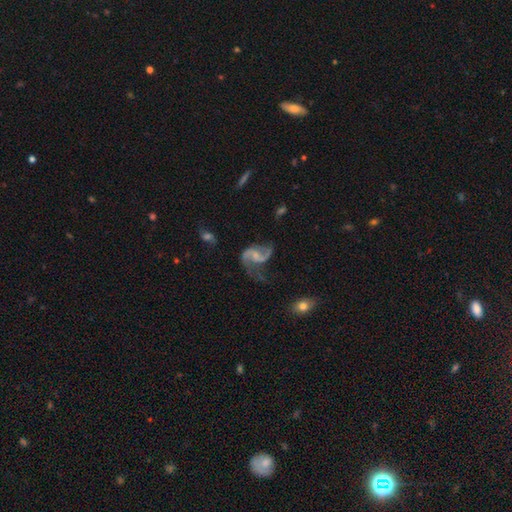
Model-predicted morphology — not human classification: Smooth or featured?
  - featured or disk: 88% *
  - smooth: 7%
  - star or artifact: 6%
Edge-on disk?
  - no: 98% *
  - yes: 2%
Bar?
  - no: 44% * (tied)
  - weak: 44% * (tied)
  - strong: 12%
Spiral arms?
  - yes: 96% *
  - no: 4%
Spiral winding?
  - loose: 60% *
  - medium: 34%
  - tight: 6%
Spiral arm count?
  - 2: 91% *
  - 1: 3%
  - can't tell: 2%
  - 3: 2%
  - 4: 1%
  - more than 4: 1%
Bulge size?
  - small: 49% *
  - none: 25%
  - moderate: 23%
  - large: 2%
  - dominant: 1%
Merging?
  - none: 54% *
  - minor disturbance: 21%
  - major disturbance: 21%
  - merger: 4%